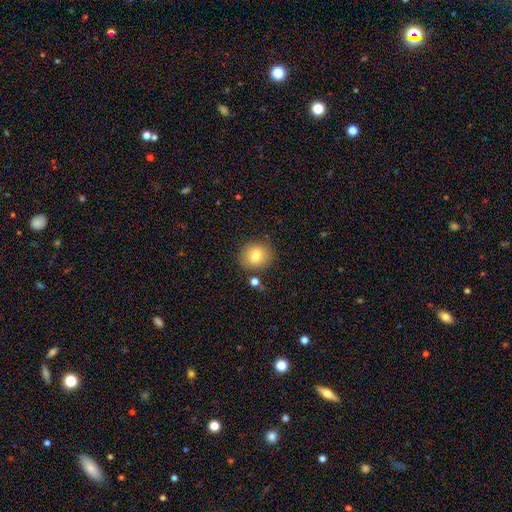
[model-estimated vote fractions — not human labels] A smooth galaxy with no disk features (80%) that is round (75%). Merging: none (81%).